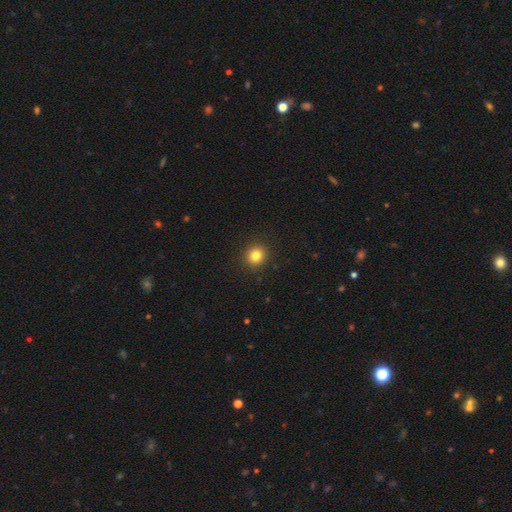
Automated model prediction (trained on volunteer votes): smooth-or-featured: smooth: 83% | star or artifact: 12% | featured or disk: 6%
  how-rounded: round: 89% | in between: 10% | cigar-shaped: 1%
  merging: none: 92% | minor disturbance: 5% | major disturbance: 2% | merger: 1%